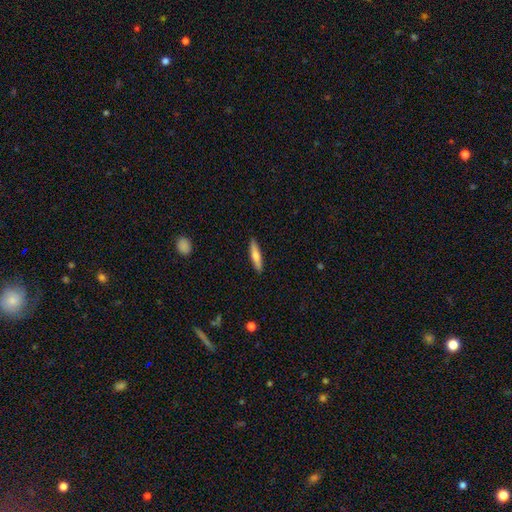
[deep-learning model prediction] Smooth or featured? smooth (62%)
How rounded? cigar-shaped (84%)
Merging? none (90%)